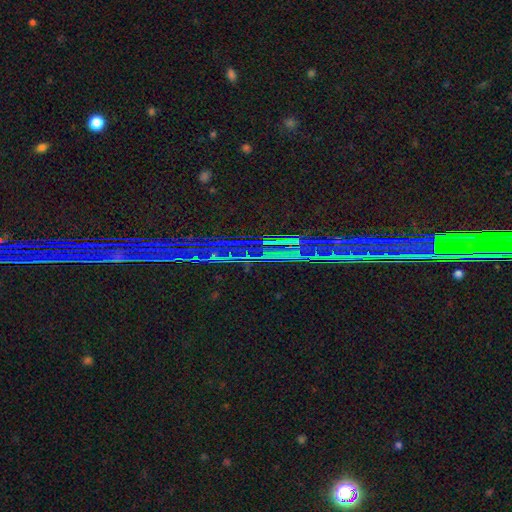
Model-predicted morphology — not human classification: Smooth or featured? Predicted: star or artifact (p=0.86).